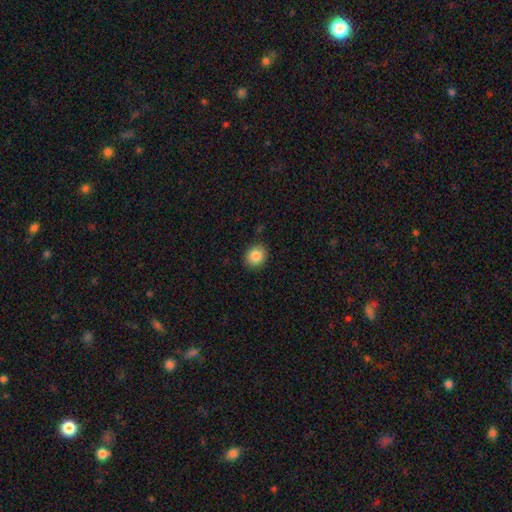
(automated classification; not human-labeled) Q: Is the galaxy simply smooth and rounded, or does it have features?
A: smooth — 86%.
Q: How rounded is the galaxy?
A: round — 75%.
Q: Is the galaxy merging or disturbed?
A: none — 87%.